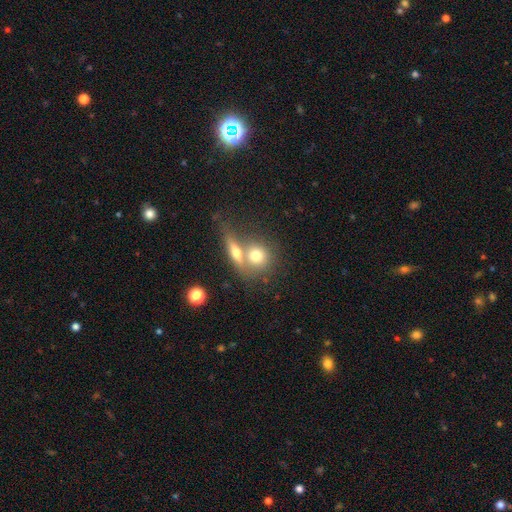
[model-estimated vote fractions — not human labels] Smooth or featured?
  - smooth: 68% *
  - featured or disk: 23%
  - star or artifact: 8%
How rounded?
  - round: 72% *
  - in between: 23%
  - cigar-shaped: 5%
Merging?
  - merger: 48% *
  - none: 39%
  - minor disturbance: 9%
  - major disturbance: 4%